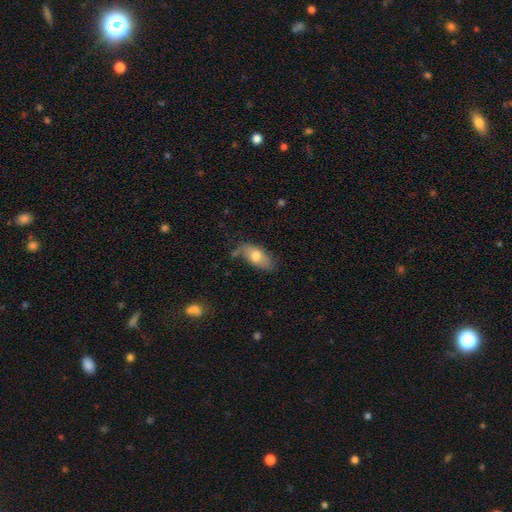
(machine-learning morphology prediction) This is likely a smooth galaxy (72%). How rounded: clearly in between (88%). Merging: likely none (66%).